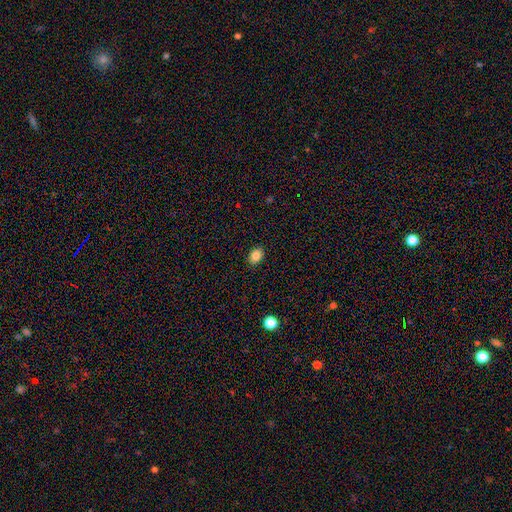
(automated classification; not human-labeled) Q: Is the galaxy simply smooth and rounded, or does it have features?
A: smooth — 85%.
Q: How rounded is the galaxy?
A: in between — 72%.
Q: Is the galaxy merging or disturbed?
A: none — 88%.